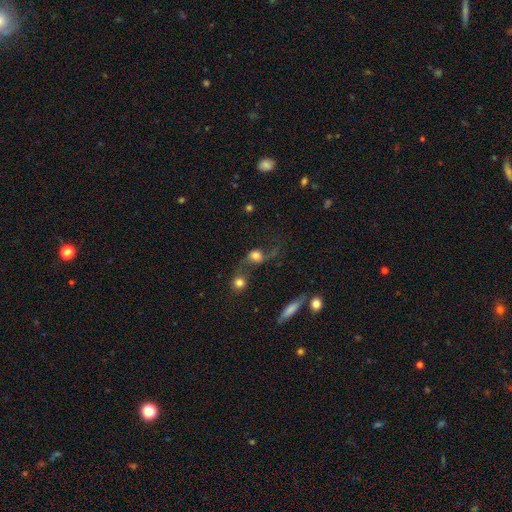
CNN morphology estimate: The model was most divided on "merging": none: 34%, merger: 29%, major disturbance: 22%, minor disturbance: 15%. More confident: how rounded — round (63%); smooth or featured — smooth (54%).